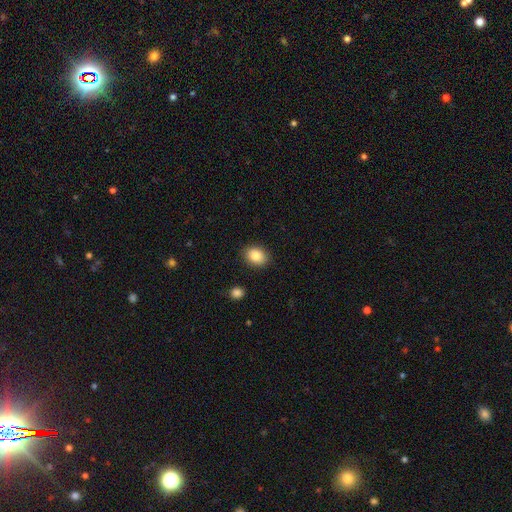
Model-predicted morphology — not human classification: smooth_or_featured: smooth (p=0.85) [alt: star or artifact p=0.08]
how_rounded: in between (p=0.64) [alt: round p=0.35]
merging: none (p=0.88) [alt: minor disturbance p=0.08]